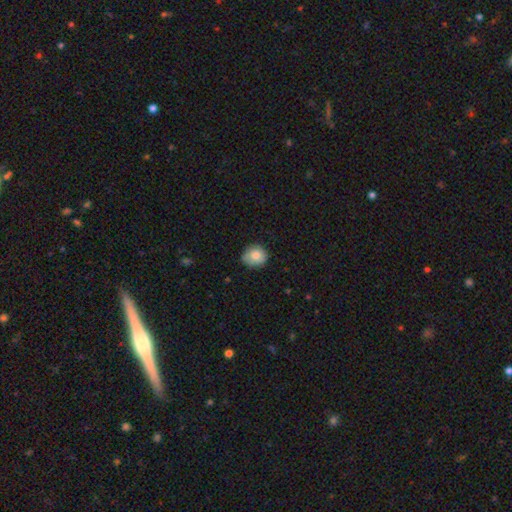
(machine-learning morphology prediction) type=smooth (79%); roundness=round (75%); merging=none (73%).